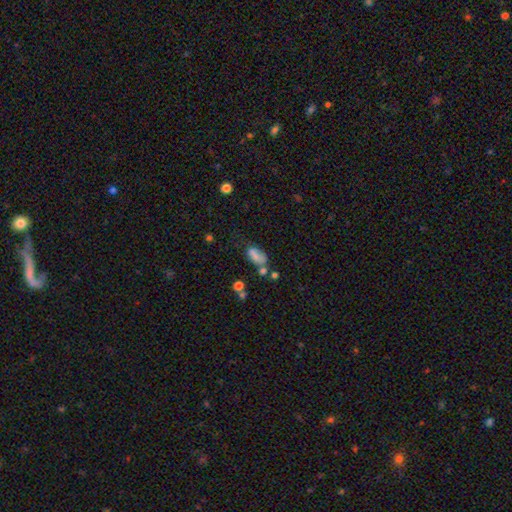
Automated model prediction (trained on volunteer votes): Smooth or featured? smooth (65%)
How rounded? in between (87%)
Merging? none (35%)